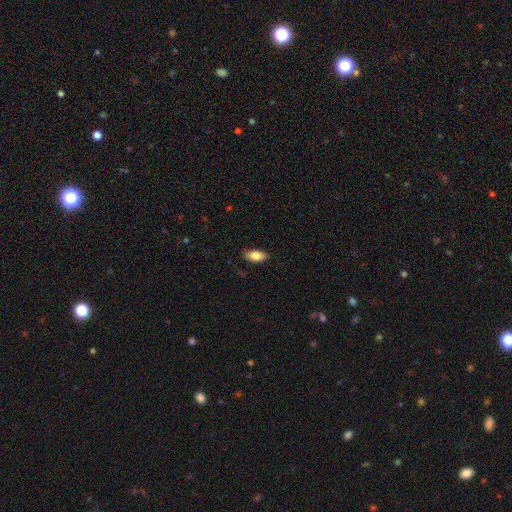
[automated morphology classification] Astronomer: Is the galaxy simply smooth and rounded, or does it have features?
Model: smooth — 83%.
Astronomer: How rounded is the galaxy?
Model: in between — 89%.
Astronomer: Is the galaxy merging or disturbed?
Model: none — 85%.